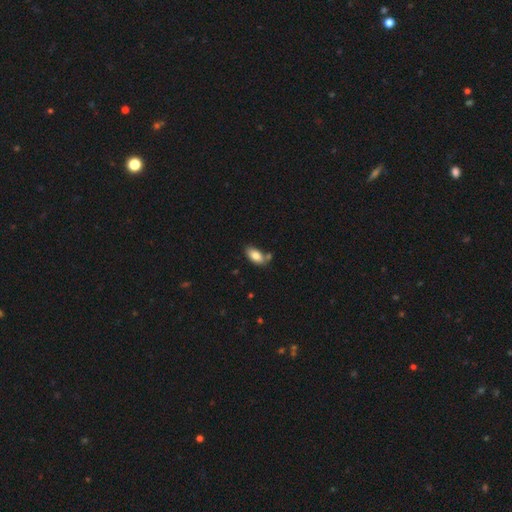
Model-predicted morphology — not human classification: smooth_or_featured: smooth (p=0.83) [alt: featured or disk p=0.09]
how_rounded: in between (p=0.92) [alt: cigar-shaped p=0.05]
merging: none (p=0.68) [alt: minor disturbance p=0.16]